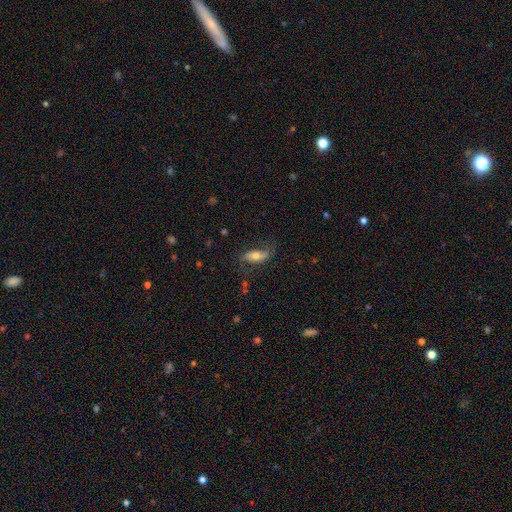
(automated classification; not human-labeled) A featured or disk galaxy (57%).

Vote fractions:
- Smooth or featured? featured or disk: 57% / smooth: 36% / star or artifact: 8%
- Edge-on disk? no: 83% / yes: 17%
- Merging? none: 65% / minor disturbance: 20% / major disturbance: 13% / merger: 2%